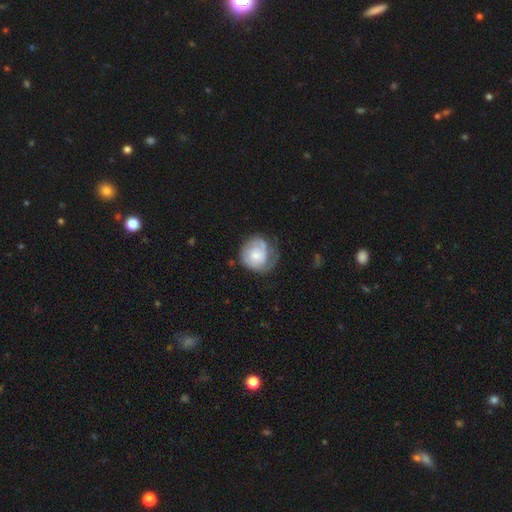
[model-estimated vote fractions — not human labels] Smooth or featured? Predicted: featured or disk (p=0.52). Edge-on disk? Predicted: no (p=0.98). Bar? Predicted: no (p=0.78). Spiral arms? Predicted: yes (p=0.76). Bulge size? Predicted: small (p=0.46). Merging? Predicted: none (p=0.45).